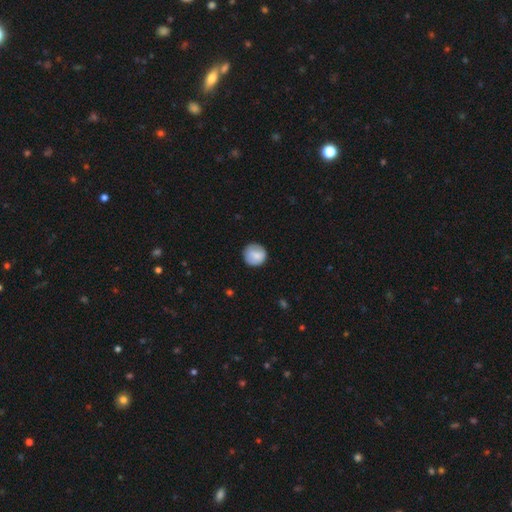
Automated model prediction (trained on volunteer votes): Smooth or featured?
  - smooth: 75% *
  - featured or disk: 18%
  - star or artifact: 7%
How rounded?
  - round: 92% *
  - in between: 7%
  - cigar-shaped: 1%
Merging?
  - none: 82% *
  - minor disturbance: 14%
  - major disturbance: 3%
  - merger: 1%